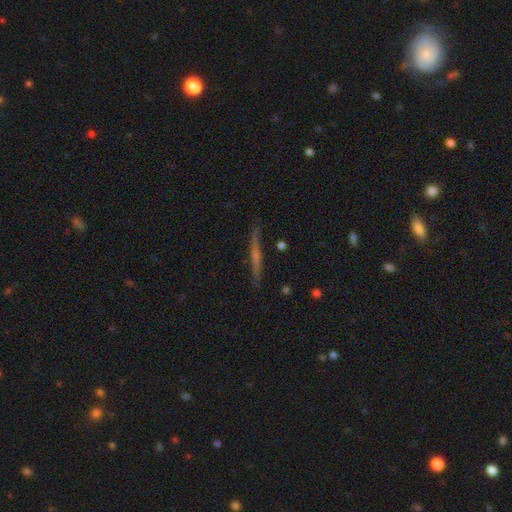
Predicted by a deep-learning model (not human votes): Smooth or featured? featured or disk (73%)
Edge-on disk? yes (98%)
Edge-on bulge? rounded (66%)
Merging? none (90%)